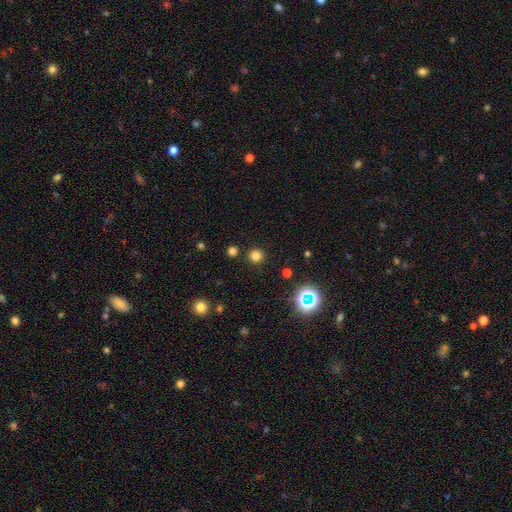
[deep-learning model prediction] This appears to be a smooth galaxy with no disk features (77%) that is round (94%). Merging: none (90%).